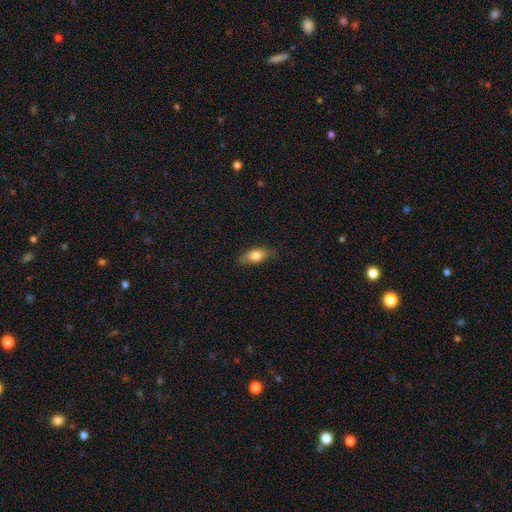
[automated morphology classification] Q: Smooth or featured?
A: smooth (75%); runner-up: featured or disk (18%)
Q: How rounded?
A: in between (80%); runner-up: cigar-shaped (15%)
Q: Merging?
A: none (81%); runner-up: minor disturbance (15%)